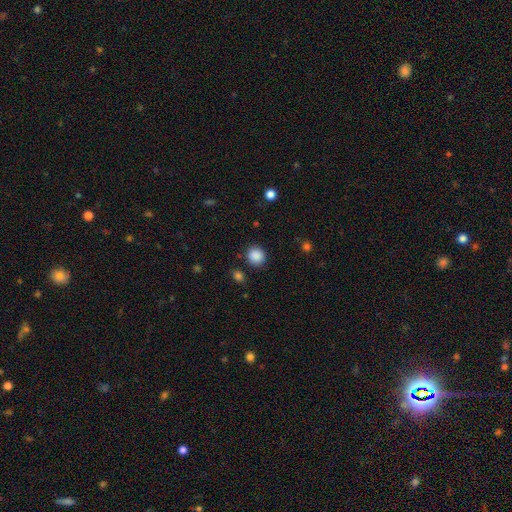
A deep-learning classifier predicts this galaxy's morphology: The model was most divided on "how rounded": round: 87%, in between: 12%, cigar-shaped: 1%. More confident: smooth or featured — smooth (88%); merging — none (88%).